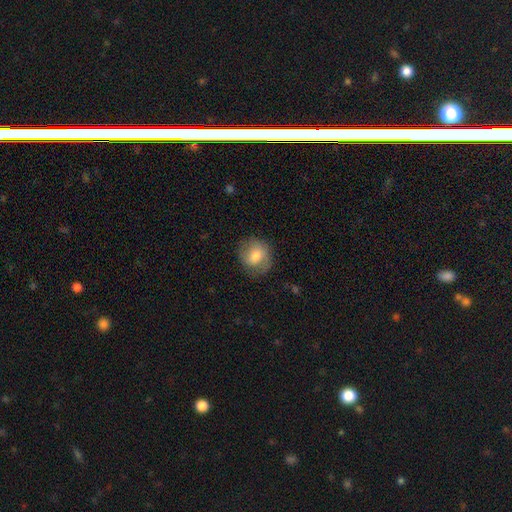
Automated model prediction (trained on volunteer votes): A smooth galaxy with no disk features (69%) that is round (78%). Merging: none (74%).